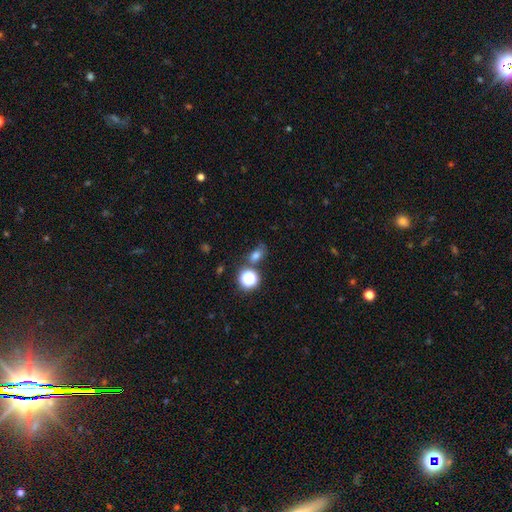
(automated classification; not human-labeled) This is likely a smooth galaxy (70%). How rounded: likely in between (64%). Merging: likely none (60%).